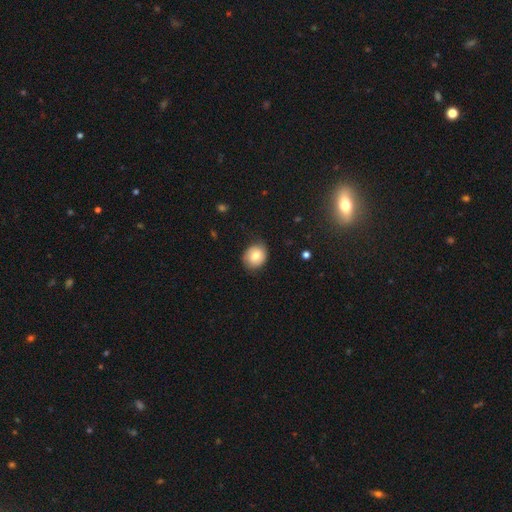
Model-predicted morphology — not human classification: smooth_or_featured: smooth (p=0.75) [alt: featured or disk p=0.16]
how_rounded: round (p=0.68) [alt: in between p=0.31]
merging: none (p=0.77) [alt: minor disturbance p=0.18]